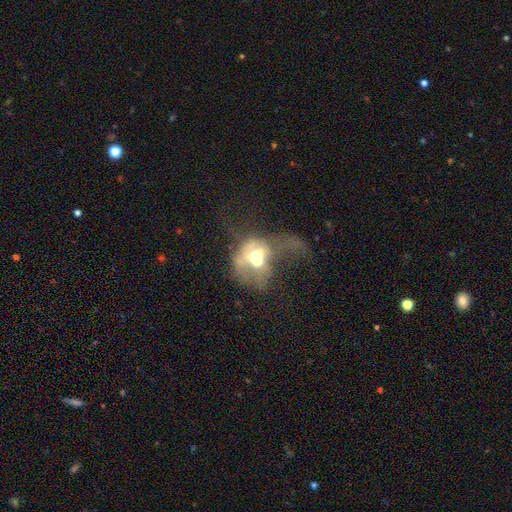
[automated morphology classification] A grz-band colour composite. It shows a featured or disk galaxy (51%). Merging: merger (51%).